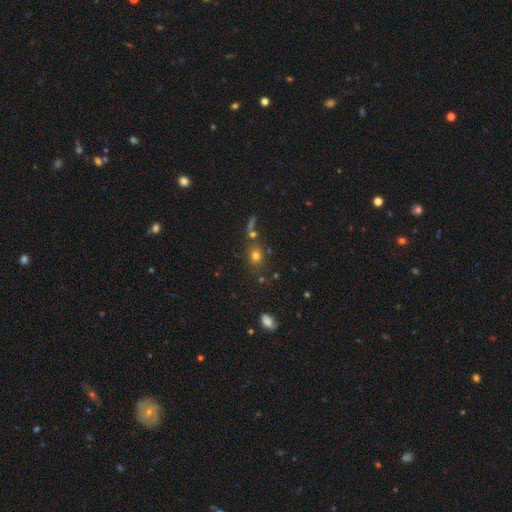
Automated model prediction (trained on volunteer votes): A smooth galaxy with no disk features (71%) that is round (58%).

Vote fractions:
- Smooth or featured? smooth: 71% / star or artifact: 18% / featured or disk: 11%
- How rounded? round: 58% / in between: 40% / cigar-shaped: 2%
- Merging? none: 70% / merger: 13% / minor disturbance: 12% / major disturbance: 5%